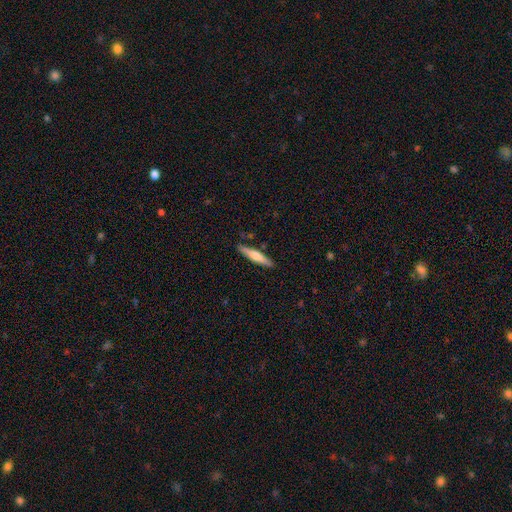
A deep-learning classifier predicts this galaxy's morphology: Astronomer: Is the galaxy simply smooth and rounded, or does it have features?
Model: smooth — 54% (runner-up: featured or disk, 40%).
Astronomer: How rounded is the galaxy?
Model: cigar-shaped — 88%.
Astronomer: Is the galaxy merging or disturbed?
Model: none — 88%.